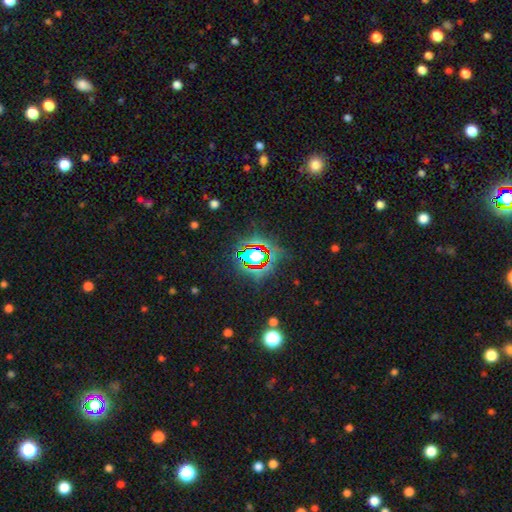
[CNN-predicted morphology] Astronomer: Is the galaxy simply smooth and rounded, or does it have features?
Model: star or artifact — 71%.